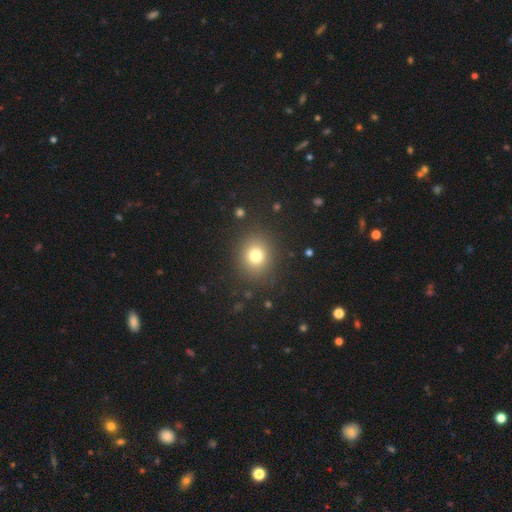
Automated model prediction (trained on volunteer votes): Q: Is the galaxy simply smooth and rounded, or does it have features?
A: smooth — 78%.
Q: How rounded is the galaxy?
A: round — 76%.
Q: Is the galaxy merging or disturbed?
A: none — 87%.